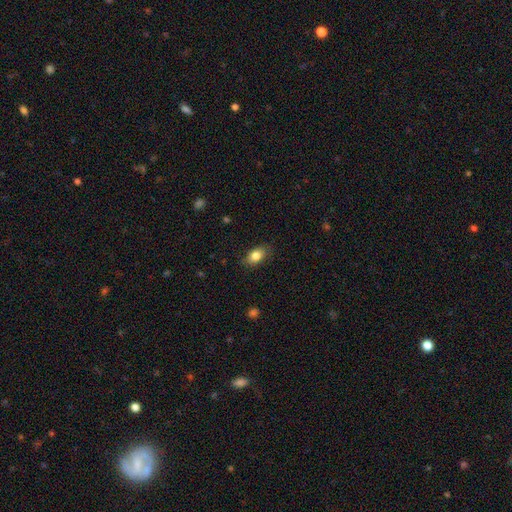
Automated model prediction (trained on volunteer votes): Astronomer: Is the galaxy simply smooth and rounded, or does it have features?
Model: smooth — 82%.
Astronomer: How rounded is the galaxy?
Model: in between — 85%.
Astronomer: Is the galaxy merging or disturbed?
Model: none — 83%.